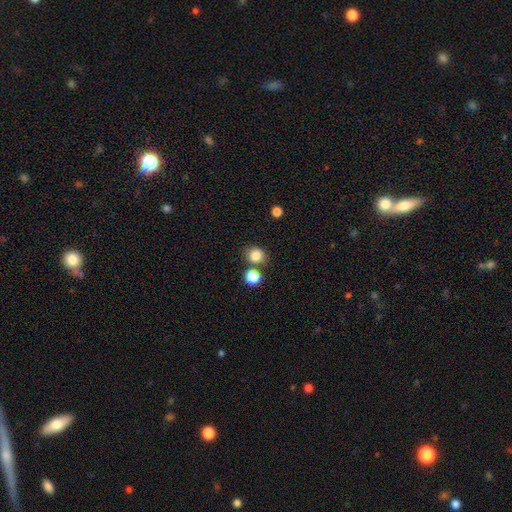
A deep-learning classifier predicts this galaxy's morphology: Q: Smooth or featured?
A: smooth (83%); runner-up: star or artifact (12%)
Q: How rounded?
A: round (77%); runner-up: in between (22%)
Q: Merging?
A: none (71%); runner-up: merger (16%)